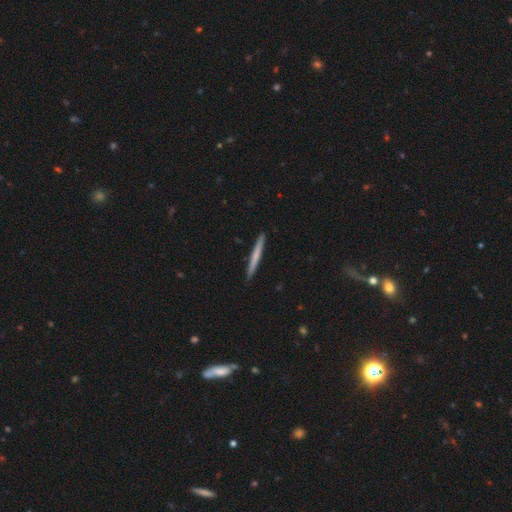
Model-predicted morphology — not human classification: Smooth or featured: smooth — 60% (featured or disk — 35%)
How rounded: cigar-shaped — 97% (in between — 2%)
Merging: none — 92% (minor disturbance — 5%)